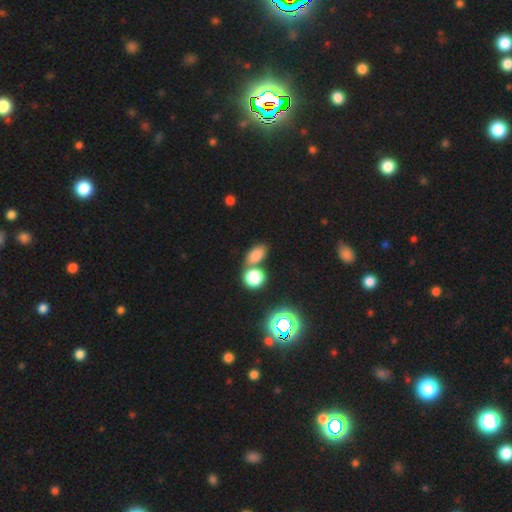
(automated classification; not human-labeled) Morphology: type=smooth (76%); roundness=in between (78%); merging=none (52%).